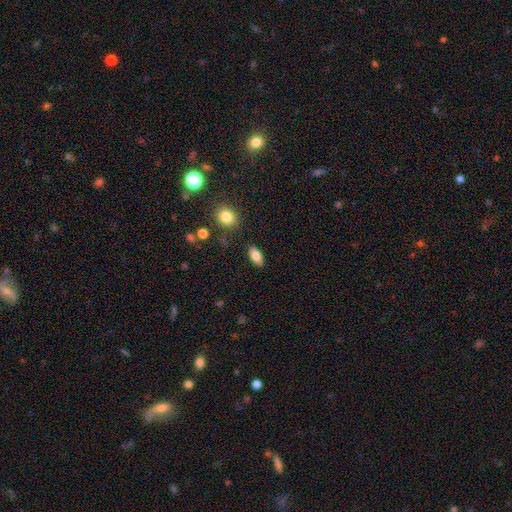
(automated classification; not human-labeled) smooth-or-featured: smooth: 80% | featured or disk: 12% | star or artifact: 8%
  how-rounded: in between: 87% | cigar-shaped: 9% | round: 4%
  merging: none: 85% | minor disturbance: 10% | major disturbance: 3% | merger: 2%